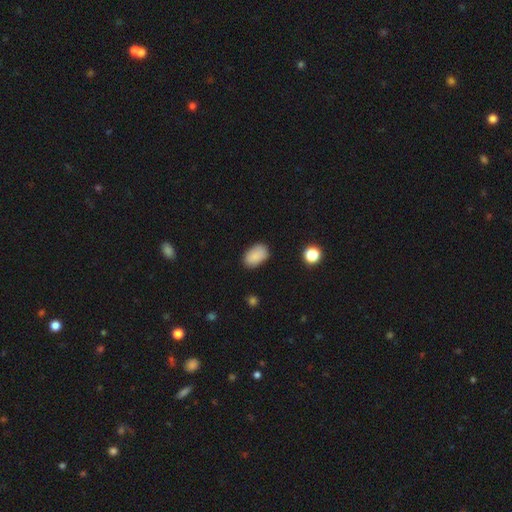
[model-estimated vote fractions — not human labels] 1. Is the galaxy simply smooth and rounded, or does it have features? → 88% smooth, 8% star or artifact, 4% featured or disk.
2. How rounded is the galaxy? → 91% in between, 8% round, 1% cigar-shaped.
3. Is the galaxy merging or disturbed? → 81% none, 14% minor disturbance, 3% major disturbance, 1% merger.